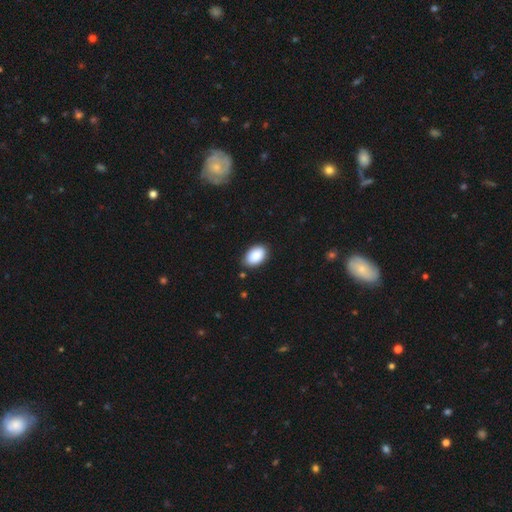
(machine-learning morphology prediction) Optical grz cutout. It shows a smooth galaxy with no disk features (89%) that is in between round and cigar-shaped (92%). Merging: none (85%).